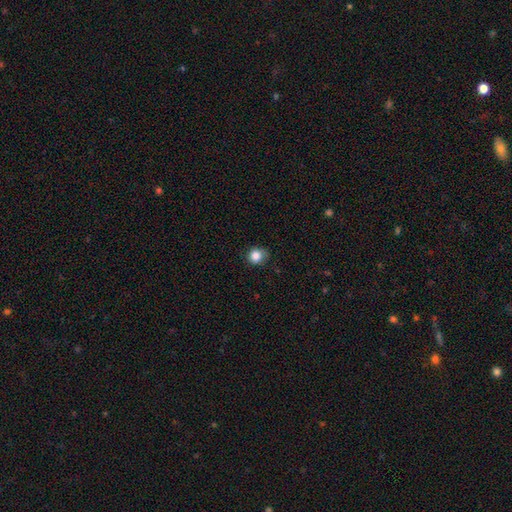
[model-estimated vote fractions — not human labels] smooth_or_featured: smooth (p=0.85) [alt: star or artifact p=0.11]
how_rounded: round (p=0.85) [alt: in between p=0.14]
merging: none (p=0.76) [alt: minor disturbance p=0.19]